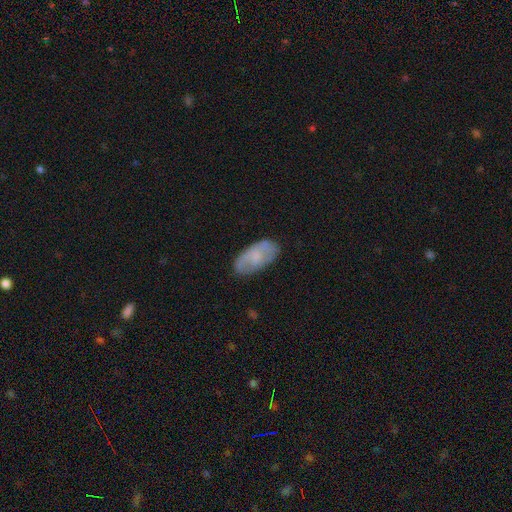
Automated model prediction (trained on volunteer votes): Smooth or featured? Predicted: smooth (p=0.58). How rounded? Predicted: in between (p=0.93). Merging? Predicted: none (p=0.73).